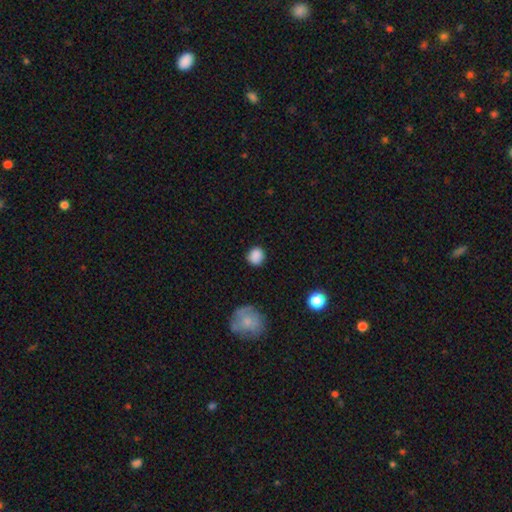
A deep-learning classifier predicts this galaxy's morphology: type=smooth (87%); roundness=round (80%); merging=none (84%).